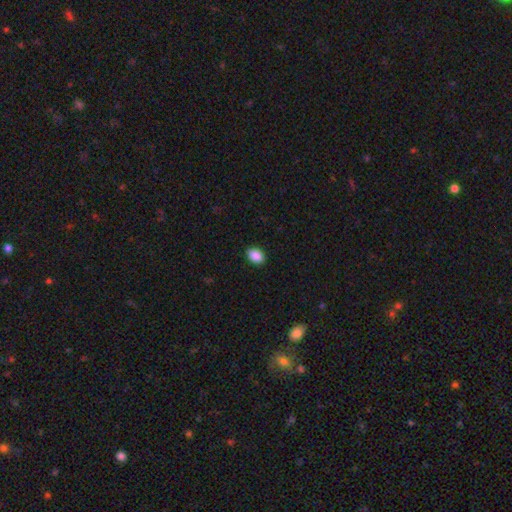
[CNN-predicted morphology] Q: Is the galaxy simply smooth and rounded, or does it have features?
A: smooth — 89%.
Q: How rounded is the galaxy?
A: in between — 79%.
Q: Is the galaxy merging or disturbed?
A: none — 89%.